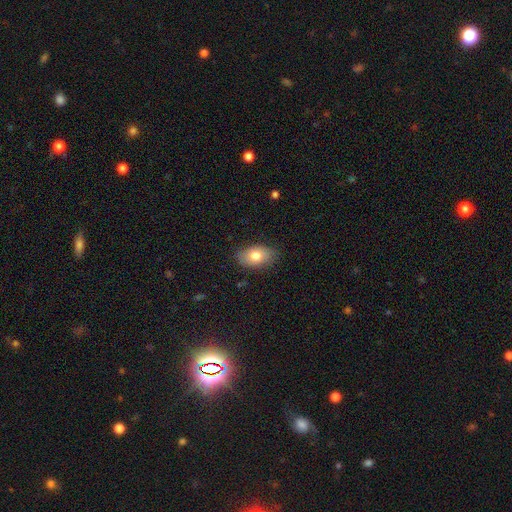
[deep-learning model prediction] Morphology: type=smooth (77%); roundness=in between (88%); merging=none (82%).